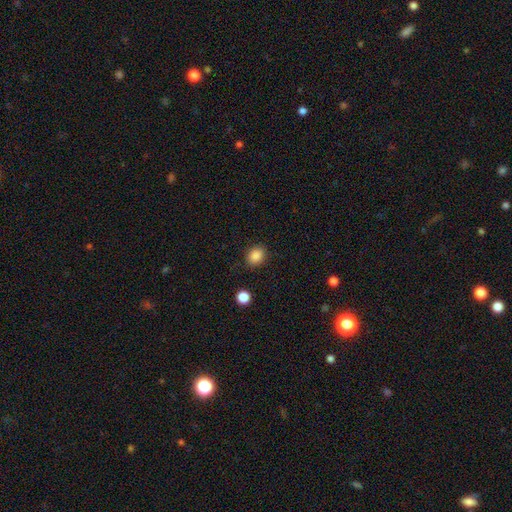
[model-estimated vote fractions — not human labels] Smooth or featured: smooth — 87% (star or artifact — 10%)
How rounded: round — 53% (in between — 46%)
Merging: none — 86% (minor disturbance — 10%)